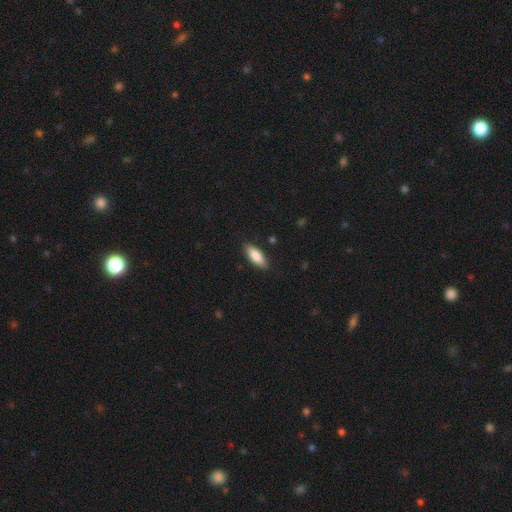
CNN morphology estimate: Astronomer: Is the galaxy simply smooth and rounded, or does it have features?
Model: smooth — 84%.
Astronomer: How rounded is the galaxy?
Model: in between — 69%.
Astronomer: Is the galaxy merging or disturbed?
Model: none — 87%.